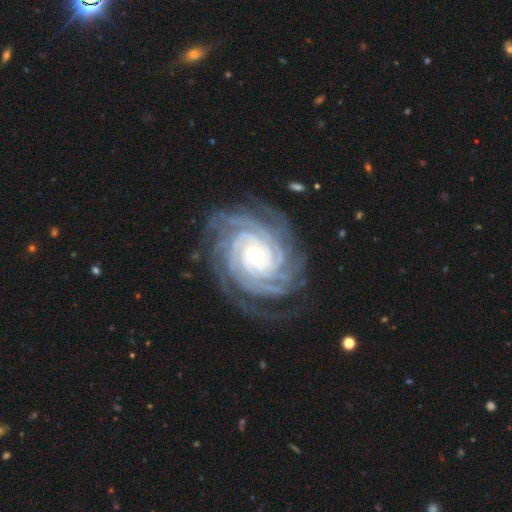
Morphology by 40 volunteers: Volunteers were most divided on "spiral arm count": more than 4: 35%, can't tell: 30%, 3: 16%, 4: 14%, 2: 5%, 1: 0%. More confident: edge-on disk — no (100%); spiral arms — yes (97%); smooth or featured — featured or disk (95%); merging — none (85%); bulge size — small (84%); spiral winding — tight (78%); bar — no (50%).